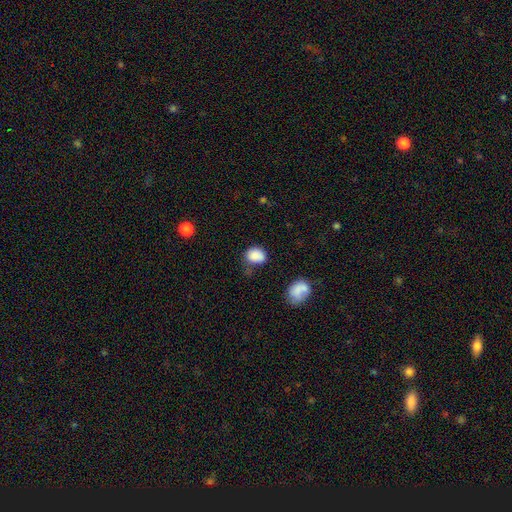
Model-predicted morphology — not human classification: The model was most divided on "how rounded": round: 53%, in between: 46%, cigar-shaped: 1%. More confident: smooth or featured — smooth (86%); merging — none (59%).